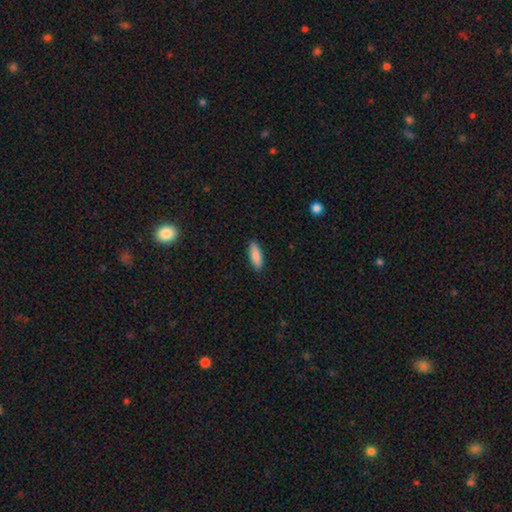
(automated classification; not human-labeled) A smooth galaxy with no disk features (88%) that is in between round and cigar-shaped (54%).

Vote fractions:
- Smooth or featured? smooth: 88% / featured or disk: 6% / star or artifact: 6%
- How rounded? in between: 54% / cigar-shaped: 45% / round: 2%
- Merging? none: 90% / minor disturbance: 8% / major disturbance: 2% / merger: 1%